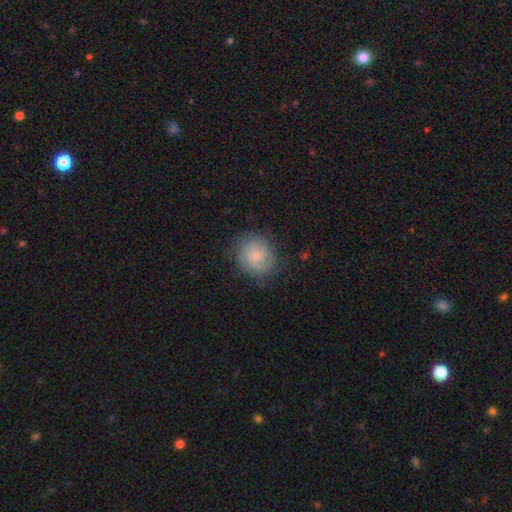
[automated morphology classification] The model was most divided on "smooth or featured" (2-way tie): featured or disk: 46%, smooth: 46%, star or artifact: 8%. More confident: merging — none (75%).